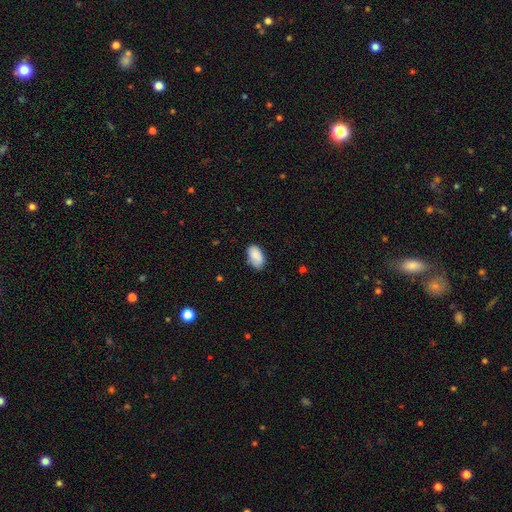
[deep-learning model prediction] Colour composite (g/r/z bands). It shows a smooth galaxy with no disk features (85%) that is in between round and cigar-shaped (93%). Merging: none (69%).